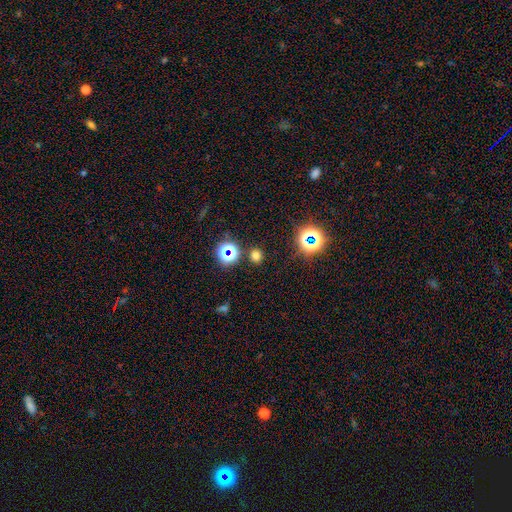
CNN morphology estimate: smooth-or-featured: smooth: 66% | star or artifact: 28% | featured or disk: 5%
  how-rounded: round: 85% | in between: 14% | cigar-shaped: 1%
  merging: none: 87% | minor disturbance: 7% | merger: 3% | major disturbance: 3%